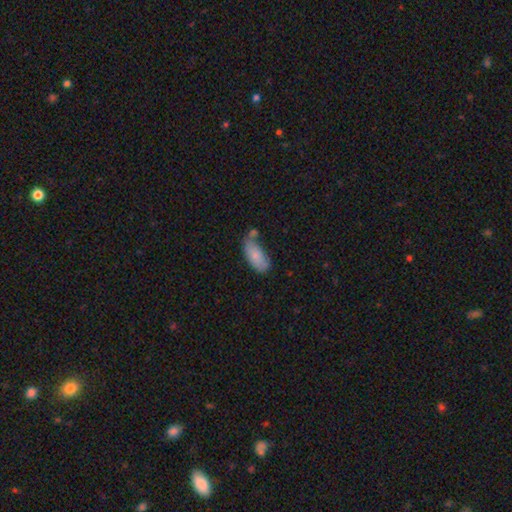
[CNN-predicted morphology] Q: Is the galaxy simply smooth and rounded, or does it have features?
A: smooth — 80%.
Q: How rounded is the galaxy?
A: in between — 89%.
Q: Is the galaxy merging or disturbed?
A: none — 43%.